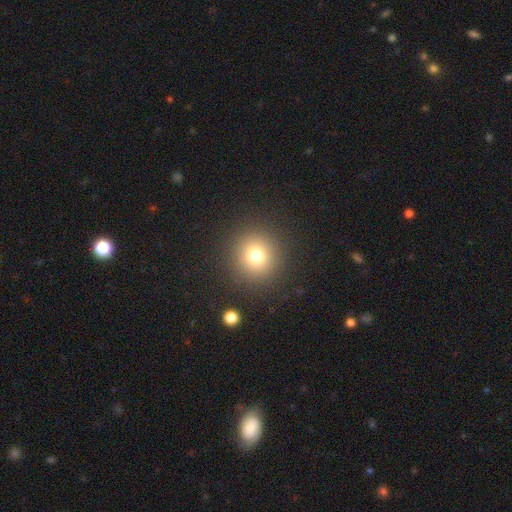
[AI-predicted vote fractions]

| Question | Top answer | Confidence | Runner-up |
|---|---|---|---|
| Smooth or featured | smooth | 76% | star or artifact (15%) |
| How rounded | round | 93% | in between (6%) |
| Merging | none | 89% | minor disturbance (6%) |